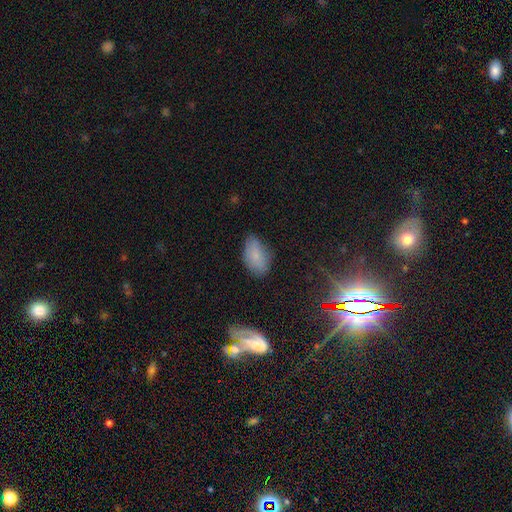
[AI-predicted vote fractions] smooth_or_featured: smooth (p=0.73) [alt: featured or disk p=0.15]
how_rounded: in between (p=0.93) [alt: round p=0.05]
merging: none (p=0.66) [alt: minor disturbance p=0.25]